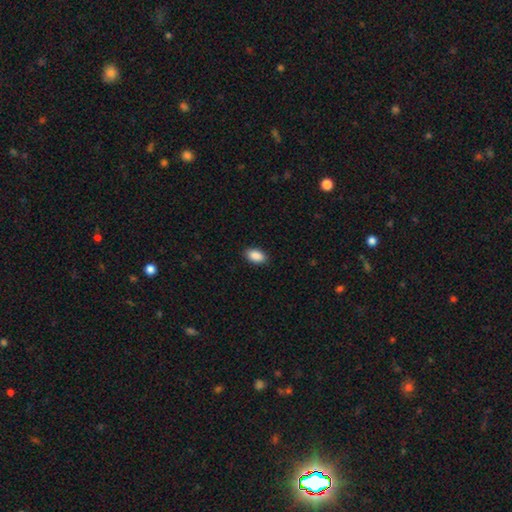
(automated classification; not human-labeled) smooth_or_featured: smooth (p=0.90) [alt: star or artifact p=0.07]
how_rounded: in between (p=0.93) [alt: round p=0.05]
merging: none (p=0.89) [alt: minor disturbance p=0.08]